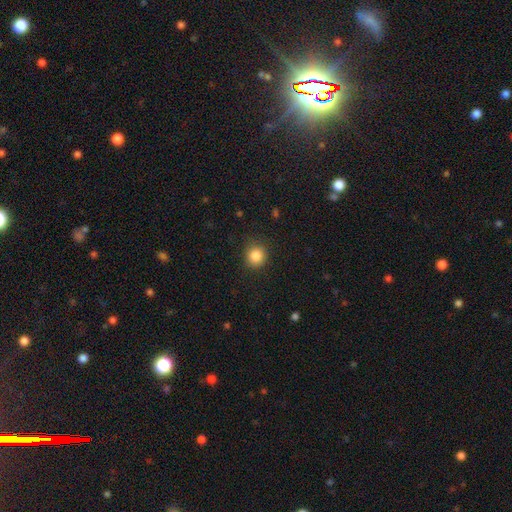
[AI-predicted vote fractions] Smooth or featured: smooth — 85% (star or artifact — 11%)
How rounded: round — 89% (in between — 10%)
Merging: none — 87% (minor disturbance — 9%)